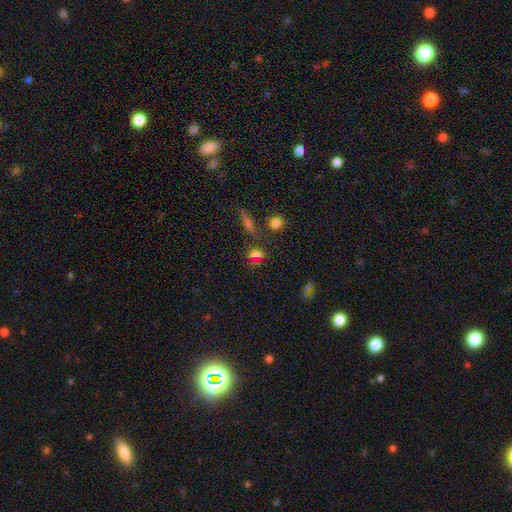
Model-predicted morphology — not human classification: Smooth or featured?
  - smooth: 67% *
  - star or artifact: 23%
  - featured or disk: 9%
How rounded?
  - round: 56% *
  - in between: 39%
  - cigar-shaped: 5%
Merging?
  - none: 66% *
  - minor disturbance: 14%
  - merger: 13%
  - major disturbance: 6%